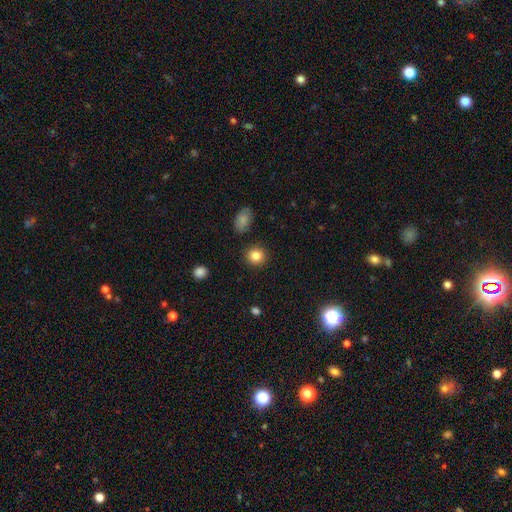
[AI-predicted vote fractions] A smooth galaxy with no disk features (85%) that is round (86%). Merging: none (90%).